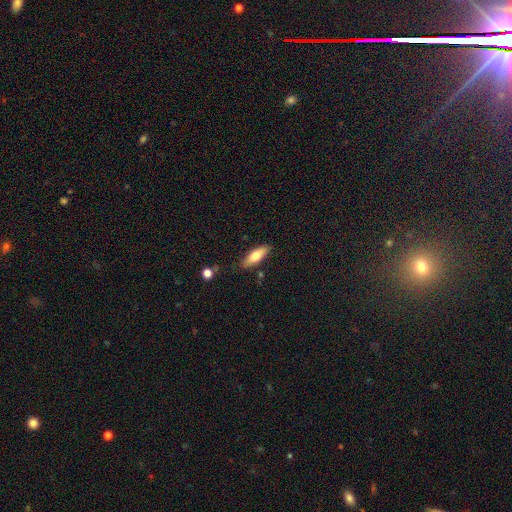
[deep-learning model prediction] A smooth galaxy with no disk features (69%) that is in between round and cigar-shaped (59%).

Vote fractions:
- Smooth or featured? smooth: 69% / featured or disk: 24% / star or artifact: 6%
- How rounded? in between: 59% / cigar-shaped: 39% / round: 2%
- Merging? none: 82% / minor disturbance: 13% / merger: 3% / major disturbance: 3%